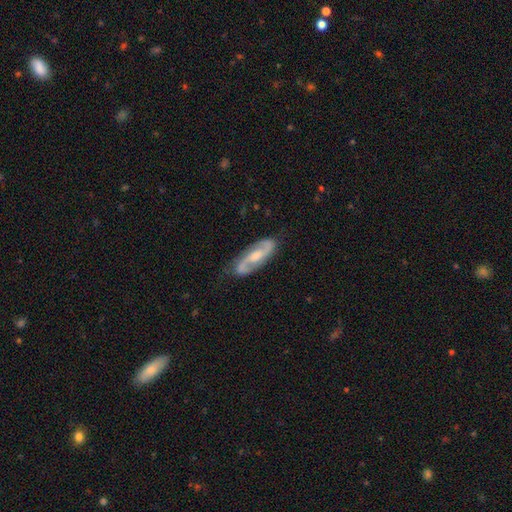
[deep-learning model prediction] Smooth or featured?
  - featured or disk: 85% *
  - smooth: 11%
  - star or artifact: 5%
Edge-on disk?
  - no: 92% *
  - yes: 8%
Bar?
  - weak: 43% *
  - no: 38%
  - strong: 19%
Spiral arms?
  - yes: 96% *
  - no: 4%
Spiral winding?
  - medium: 53% *
  - loose: 24%
  - tight: 23%
Spiral arm count?
  - 2: 92% *
  - can't tell: 3%
  - 1: 1%
  - 3: 1%
  - 4: 1%
  - more than 4: 1%
Bulge size?
  - moderate: 46% *
  - small: 31%
  - none: 13%
  - large: 9%
  - dominant: 1%
Merging?
  - none: 82% *
  - minor disturbance: 13%
  - major disturbance: 3%
  - merger: 1%